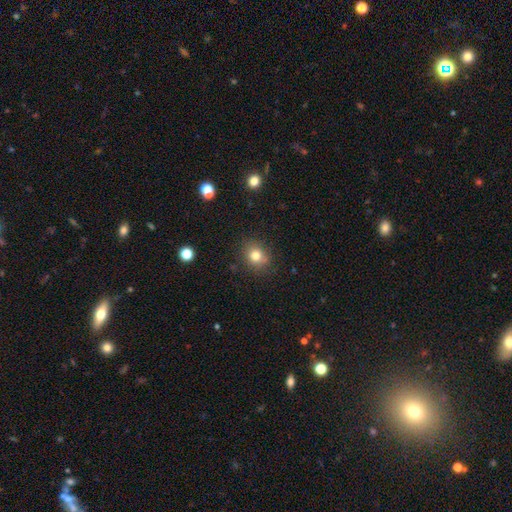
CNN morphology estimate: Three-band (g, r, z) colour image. It shows a smooth galaxy with no disk features (79%) that is round (72%). Merging: none (81%).